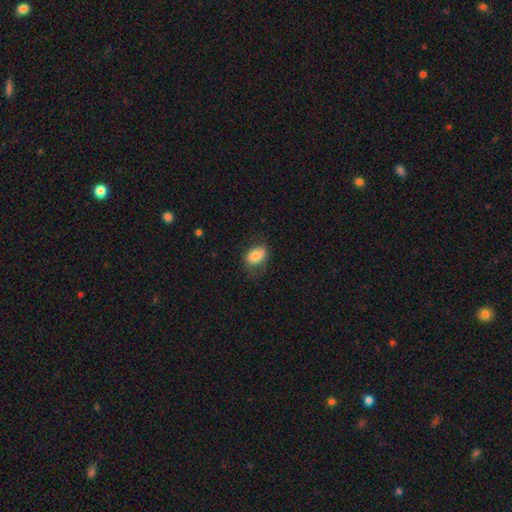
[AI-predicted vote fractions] The model was most divided on "merging": none: 58%, minor disturbance: 27%, major disturbance: 13%, merger: 1%. More confident: how rounded — in between (83%); smooth or featured — smooth (78%).